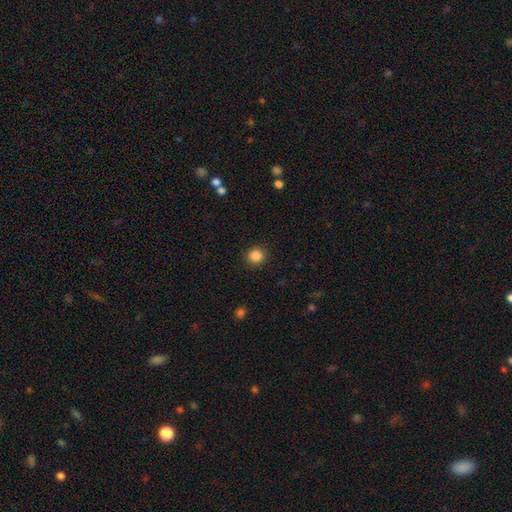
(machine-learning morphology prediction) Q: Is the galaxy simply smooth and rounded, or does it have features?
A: smooth — 85%.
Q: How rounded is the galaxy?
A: round — 93%.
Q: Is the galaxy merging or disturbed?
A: none — 92%.